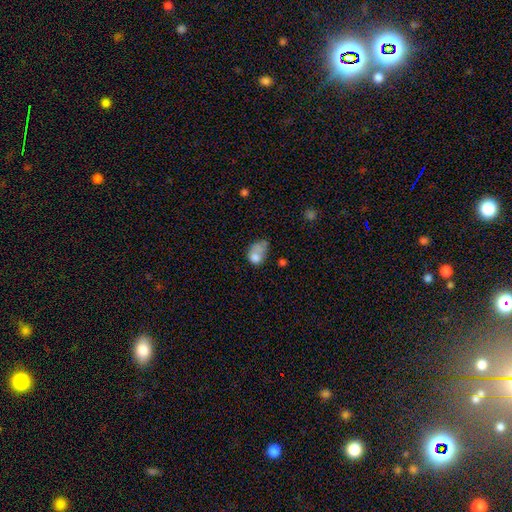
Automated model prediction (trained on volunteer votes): smooth-or-featured: smooth: 69% | featured or disk: 20% | star or artifact: 11%
  how-rounded: in between: 70% | round: 28% | cigar-shaped: 1%
  merging: major disturbance: 28% | minor disturbance: 26% | none: 25% | merger: 21%